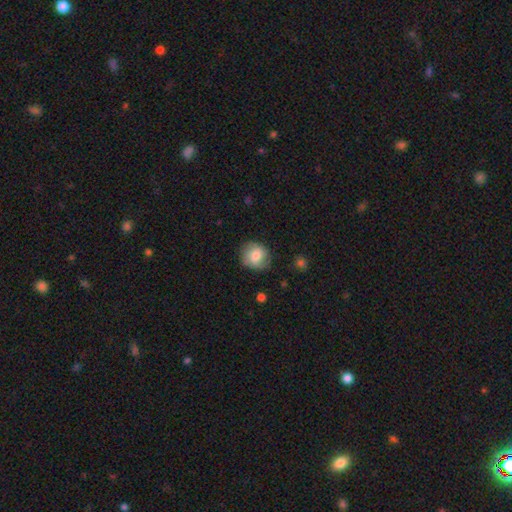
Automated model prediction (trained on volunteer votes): Smooth or featured? smooth (63%)
How rounded? round (83%)
Merging? none (76%)